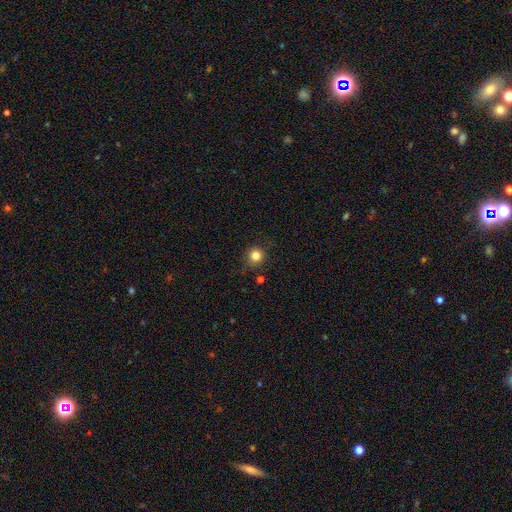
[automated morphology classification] Smooth or featured? Predicted: smooth (p=0.82). How rounded? Predicted: round (p=0.93). Merging? Predicted: none (p=0.84).